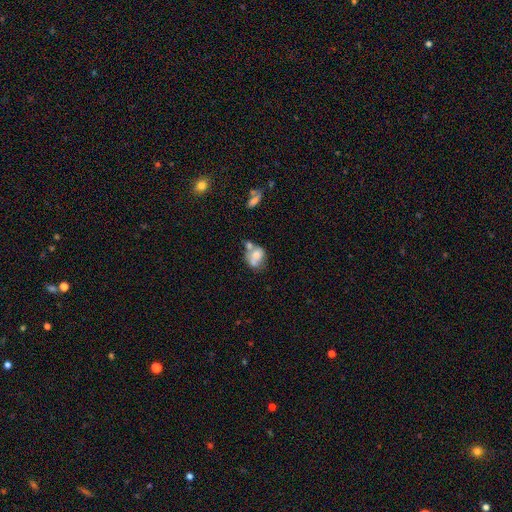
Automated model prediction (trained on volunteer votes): This is possibly a smooth galaxy (58%). How rounded: possibly in between (54%). Merging: possibly merger (48%).